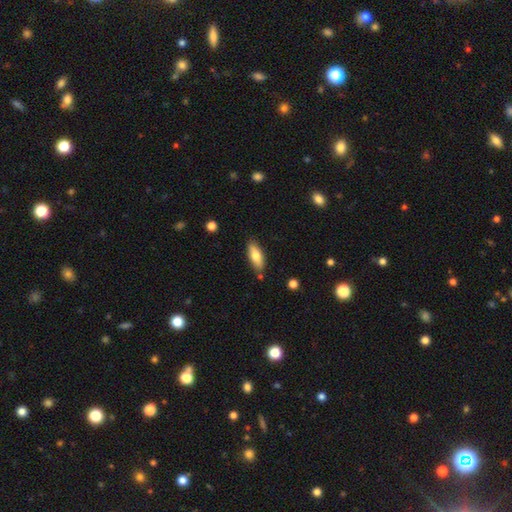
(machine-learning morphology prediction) type=smooth (74%); roundness=in between (74%); merging=none (83%).